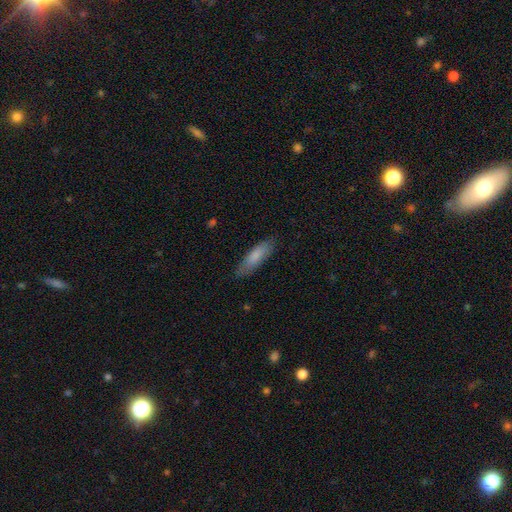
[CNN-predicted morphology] Smooth or featured?
  - smooth: 80% *
  - featured or disk: 15%
  - star or artifact: 5%
How rounded?
  - cigar-shaped: 56% *
  - in between: 43%
  - round: 1%
Merging?
  - none: 81% *
  - minor disturbance: 15%
  - major disturbance: 3%
  - merger: 1%